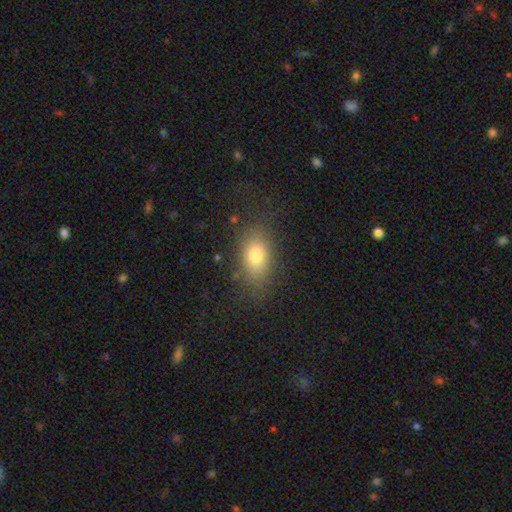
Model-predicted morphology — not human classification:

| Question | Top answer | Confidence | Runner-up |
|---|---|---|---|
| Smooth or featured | smooth | 78% | featured or disk (12%) |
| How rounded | in between | 84% | round (12%) |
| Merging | none | 78% | minor disturbance (14%) |